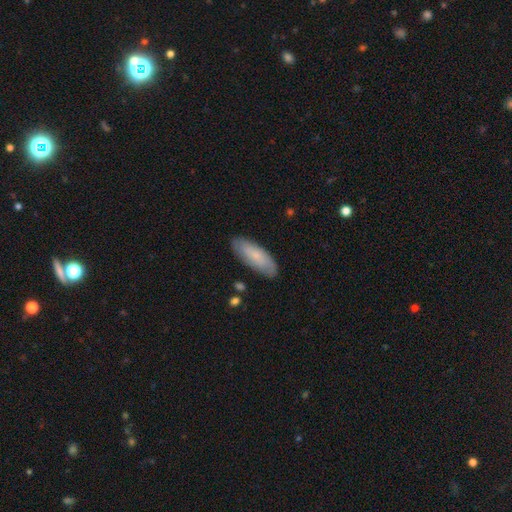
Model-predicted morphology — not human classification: A smooth galaxy with no disk features (73%) that is in between round and cigar-shaped (68%). Merging: none (84%).